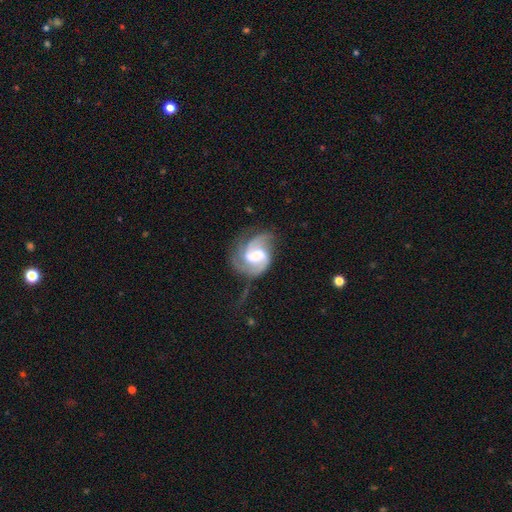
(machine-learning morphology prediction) smooth-or-featured: featured or disk: 85% | smooth: 9% | star or artifact: 6%
  disk-edge-on: no: 98% | yes: 2%
    bar: weak: 50% | no: 28% | strong: 22%
    has-spiral-arms: yes: 96% | no: 4%
      spiral-winding: medium: 51% | tight: 27% | loose: 22%
      spiral-arm-count: 2: 59% | 3: 21% | can't tell: 9% | 1: 5% | 4: 3% | more than 4: 3%
    bulge-size: moderate: 32% | large: 22% | none: 22% | small: 21% | dominant: 3%
  merging: none: 49% | major disturbance: 25% | minor disturbance: 22% | merger: 4%